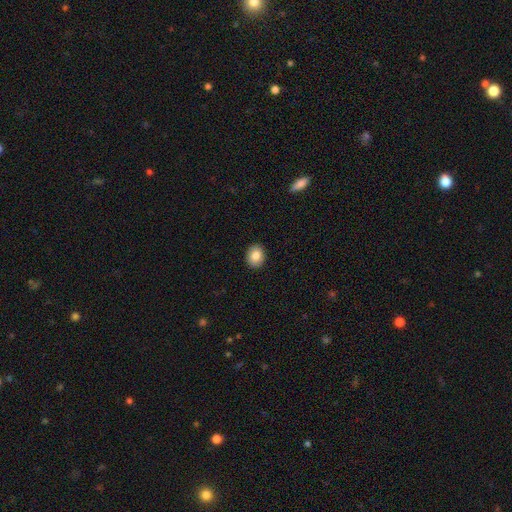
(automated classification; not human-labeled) smooth 84%, star or artifact 8%, featured or disk 8%. Down the decision tree: how rounded — round (52%); merging — none (91%).